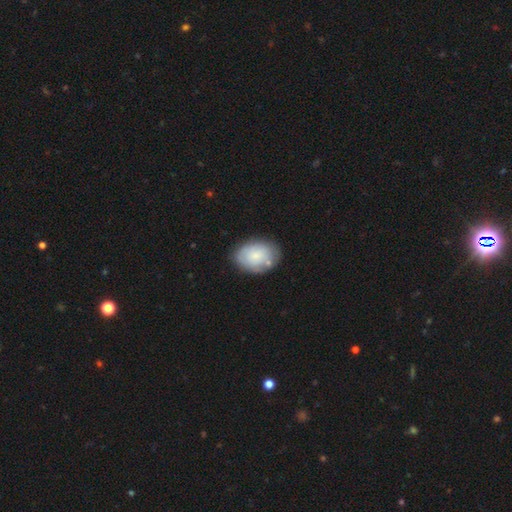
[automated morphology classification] This is likely a smooth galaxy (74%). How rounded: clearly in between (83%). Merging: likely none (72%).